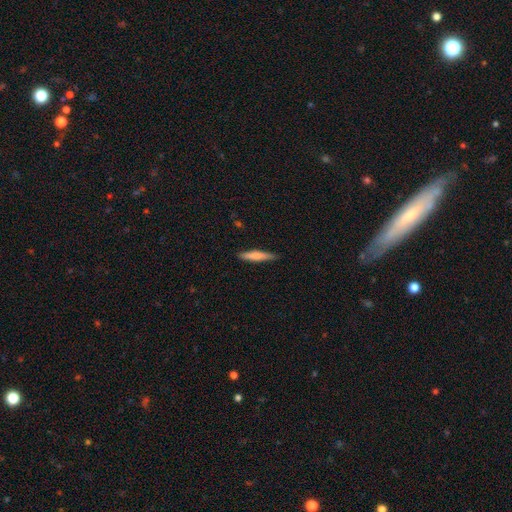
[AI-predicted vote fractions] Q: Smooth or featured?
A: smooth (74%); runner-up: featured or disk (21%)
Q: How rounded?
A: cigar-shaped (90%); runner-up: in between (9%)
Q: Merging?
A: none (85%); runner-up: minor disturbance (11%)